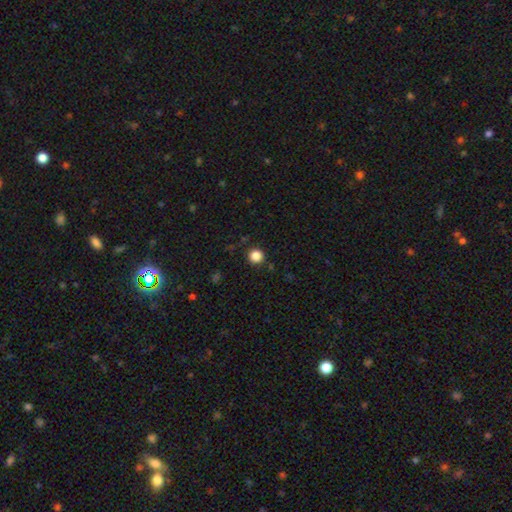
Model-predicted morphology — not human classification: smooth 85%, star or artifact 12%, featured or disk 3%. Down the decision tree: how rounded — round (95%); merging — none (91%).